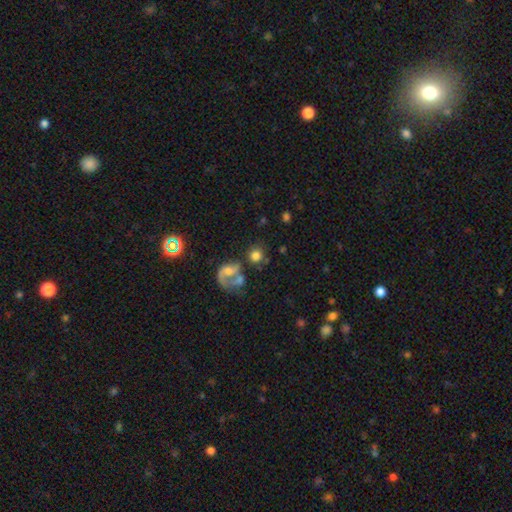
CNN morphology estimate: This is likely a smooth galaxy (70%). How rounded: clearly round (83%). Merging: possibly none (51%).